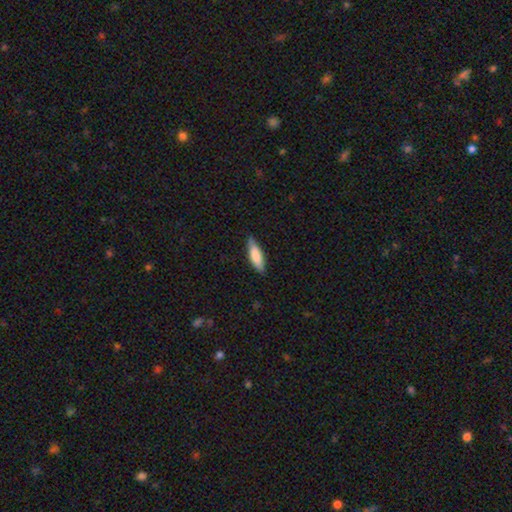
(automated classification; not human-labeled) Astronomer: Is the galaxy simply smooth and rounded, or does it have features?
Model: smooth — 79%.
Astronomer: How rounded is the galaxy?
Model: cigar-shaped — 54% (runner-up: in between, 44%).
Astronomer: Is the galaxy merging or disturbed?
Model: none — 82%.